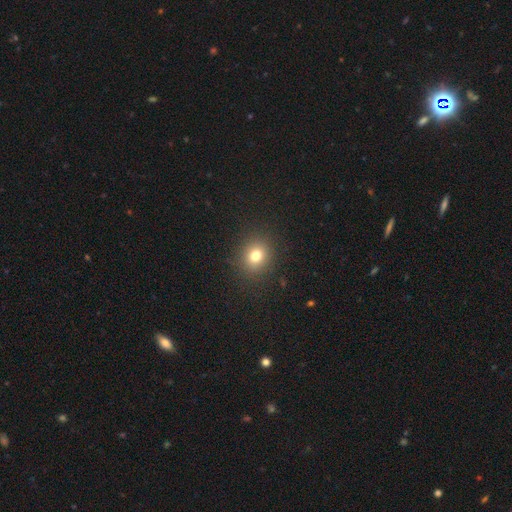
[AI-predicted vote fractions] The model was most divided on "how rounded": round: 76%, in between: 23%, cigar-shaped: 1%. More confident: merging — none (88%); smooth or featured — smooth (77%).